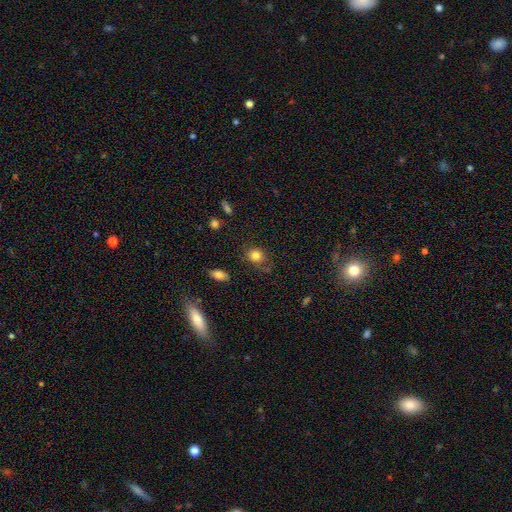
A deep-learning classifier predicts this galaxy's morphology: smooth_or_featured: smooth (p=0.82) [alt: star or artifact p=0.10]
how_rounded: round (p=0.71) [alt: in between p=0.28]
merging: none (p=0.71) [alt: minor disturbance p=0.19]